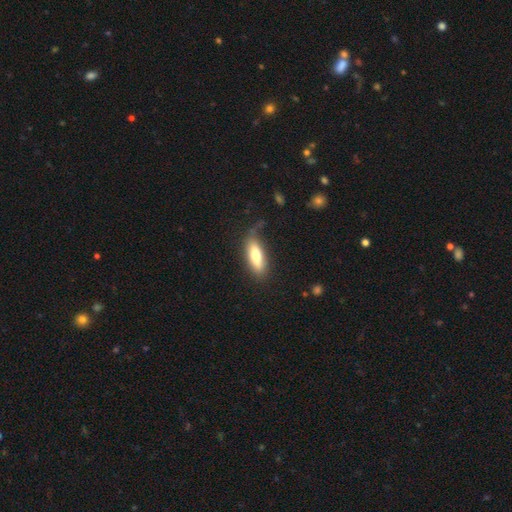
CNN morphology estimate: Smooth or featured? smooth (75%)
How rounded? in between (58%)
Merging? none (69%)